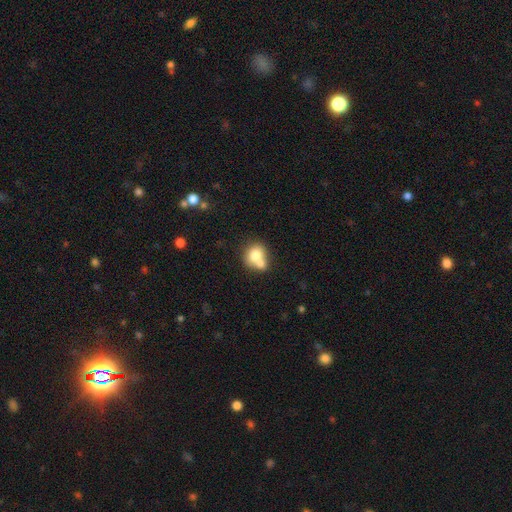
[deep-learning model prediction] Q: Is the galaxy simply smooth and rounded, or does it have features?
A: smooth — 74%.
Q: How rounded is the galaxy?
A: round — 68%.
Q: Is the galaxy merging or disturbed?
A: merger — 55%.